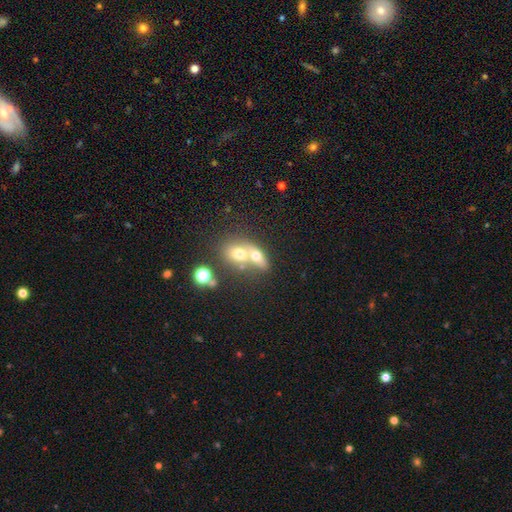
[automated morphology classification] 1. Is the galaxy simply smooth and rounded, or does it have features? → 63% smooth, 24% featured or disk, 12% star or artifact.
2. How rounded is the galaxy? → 57% in between, 37% round, 6% cigar-shaped.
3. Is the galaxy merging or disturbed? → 66% merger, 23% none, 7% minor disturbance, 5% major disturbance.